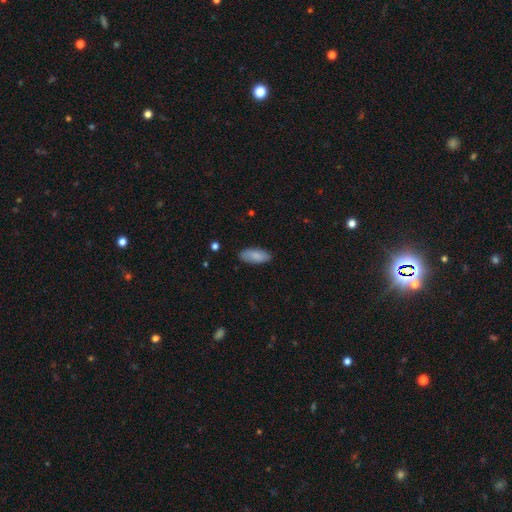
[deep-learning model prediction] This appears to be a smooth galaxy with no disk features (86%) that is in between round and cigar-shaped (83%). Merging: none (84%).